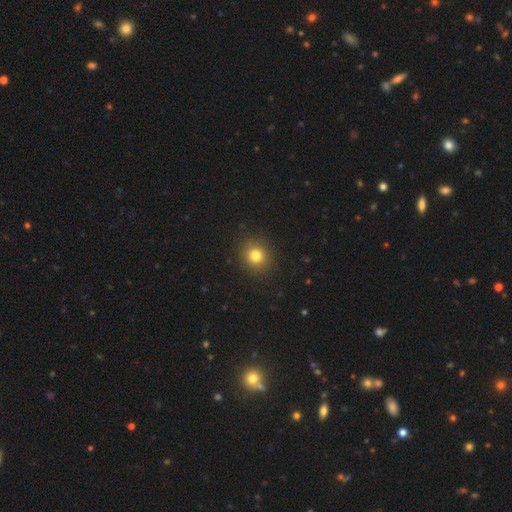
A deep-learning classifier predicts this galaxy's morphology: This is clearly a smooth galaxy (80%). How rounded: clearly round (84%). Merging: clearly none (90%).